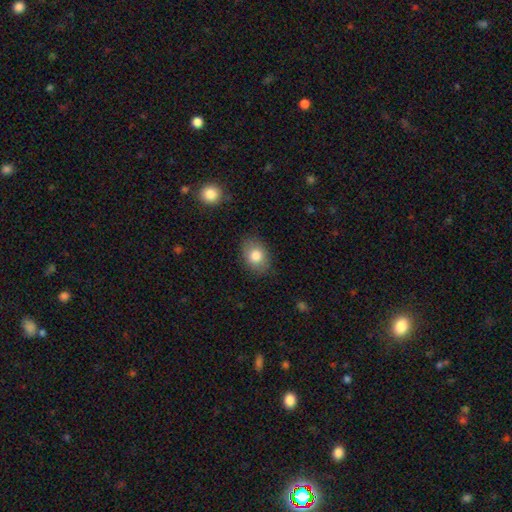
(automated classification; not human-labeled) This is clearly a smooth galaxy (81%). How rounded: likely in between (74%). Merging: clearly none (83%).